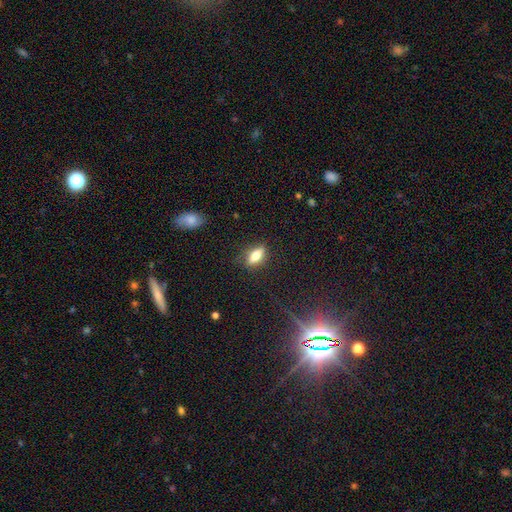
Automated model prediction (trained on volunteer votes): Overall: smooth (65%; featured or disk 26%). How rounded: in between (62%; cigar-shaped 34%). Merging: none (81%).